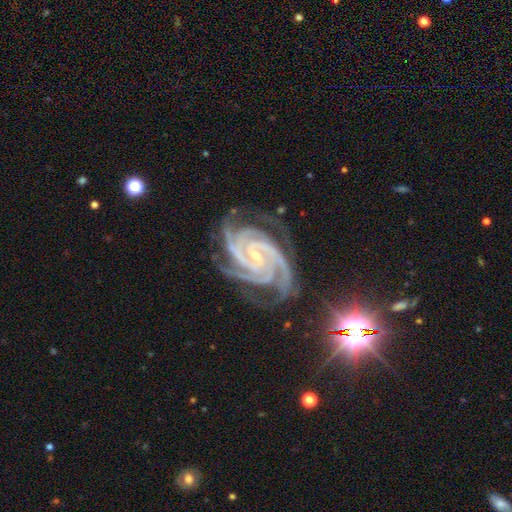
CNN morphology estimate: type=featured or disk (93%); edge-on=no (98%); bar=no (38%); spiral arms=yes (99%); winding=tight (76%); arm count=4 (44%); bulge=small (79%); merging=none (72%).